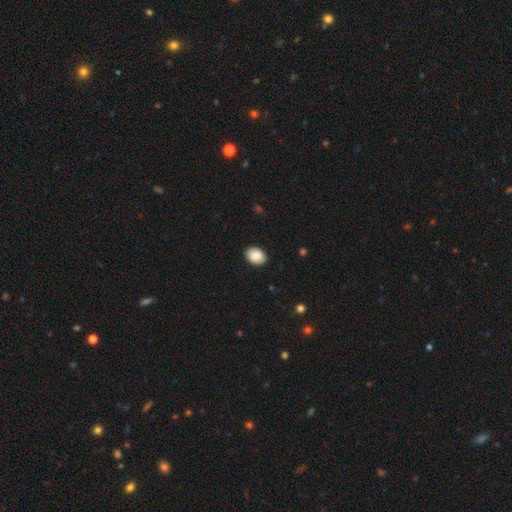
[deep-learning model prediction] Morphology: type=smooth (88%); roundness=in between (77%); merging=none (89%).